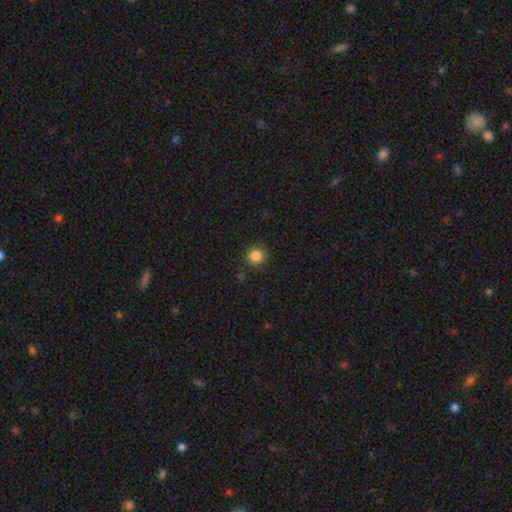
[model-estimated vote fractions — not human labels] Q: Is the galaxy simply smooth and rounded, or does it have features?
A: smooth — 85%.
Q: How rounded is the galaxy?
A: round — 94%.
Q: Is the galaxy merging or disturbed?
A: none — 89%.